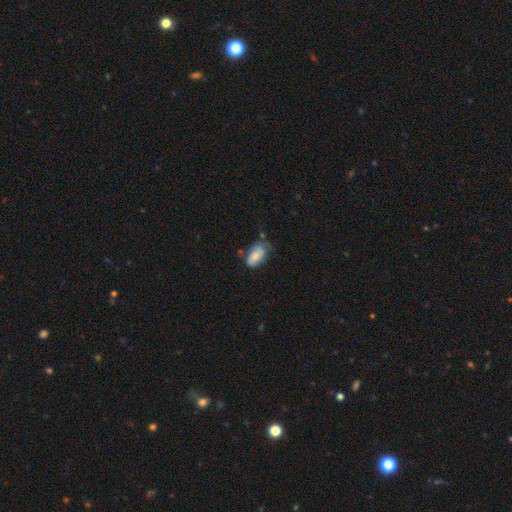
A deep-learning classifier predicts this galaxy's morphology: Overall: smooth (76%). How rounded: in between (93%). Merging: none (50%; minor disturbance 35%).